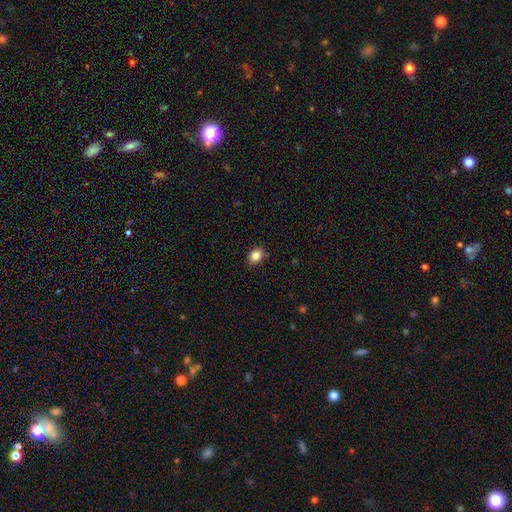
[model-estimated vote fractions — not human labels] A smooth galaxy with no disk features (84%) that is in between round and cigar-shaped (55%).

Vote fractions:
- Smooth or featured? smooth: 84% / star or artifact: 10% / featured or disk: 6%
- How rounded? in between: 55% / round: 45% / cigar-shaped: 1%
- Merging? none: 85% / minor disturbance: 12% / major disturbance: 2% / merger: 1%